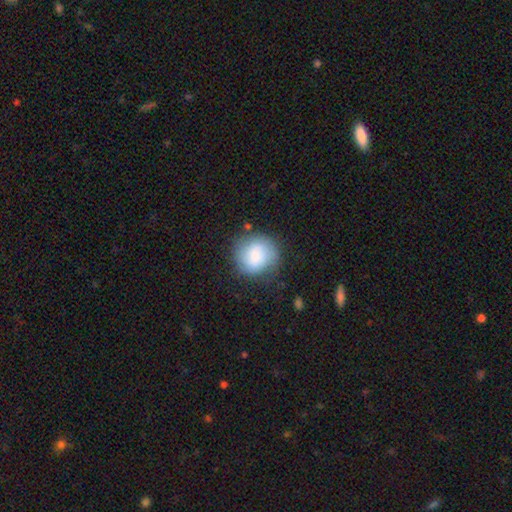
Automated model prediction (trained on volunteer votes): smooth 67%, featured or disk 25%, star or artifact 8%. Down the decision tree: how rounded — round (89%); merging — none (69%).